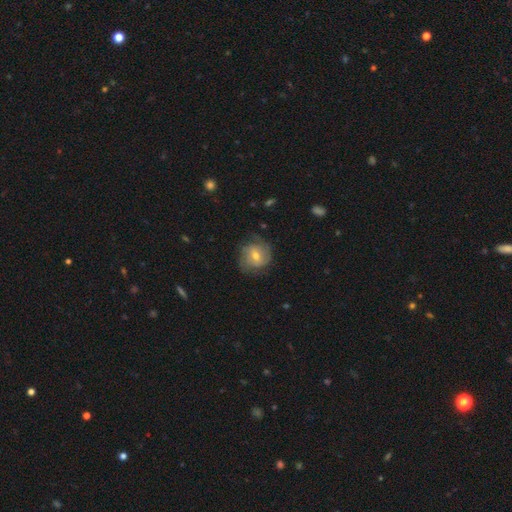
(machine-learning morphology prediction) A featured or disk galaxy (54%) with no bar (47%), spiral arms (78%) and a moderate central bulge (58%). Merging: none (71%).